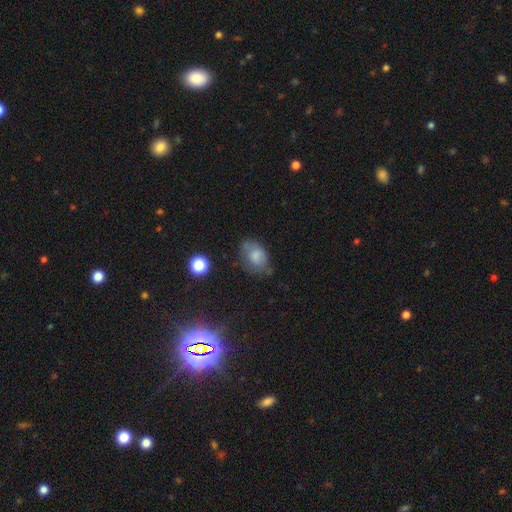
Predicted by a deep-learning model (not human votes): smooth_or_featured: smooth (p=0.72) [alt: featured or disk p=0.17]
how_rounded: in between (p=0.76) [alt: round p=0.23]
merging: none (p=0.52) [alt: minor disturbance p=0.31]